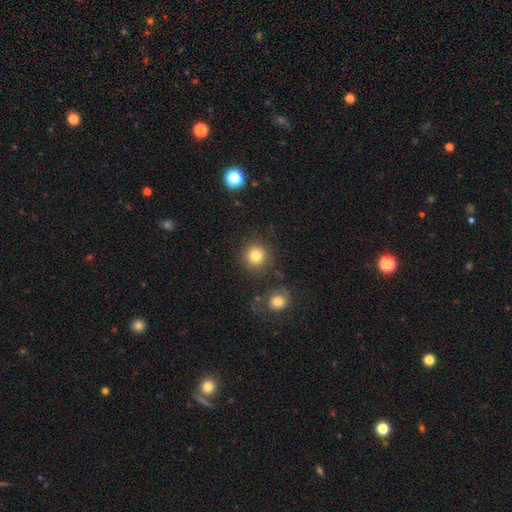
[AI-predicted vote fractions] smooth_or_featured: smooth (p=0.83) [alt: star or artifact p=0.11]
how_rounded: round (p=0.93) [alt: in between p=0.06]
merging: none (p=0.85) [alt: minor disturbance p=0.07]